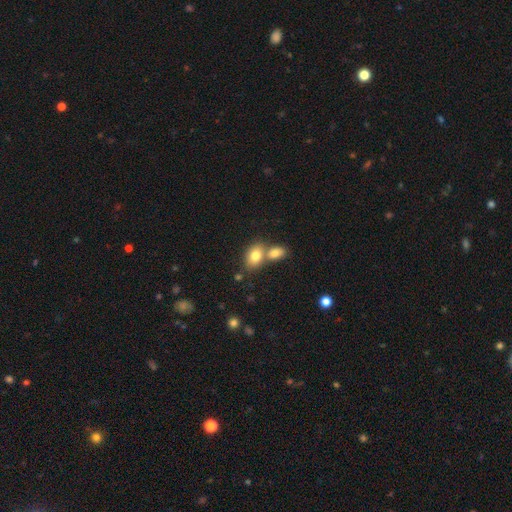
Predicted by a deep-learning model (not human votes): Smooth or featured? smooth (80%)
How rounded? in between (79%)
Merging? merger (47%)